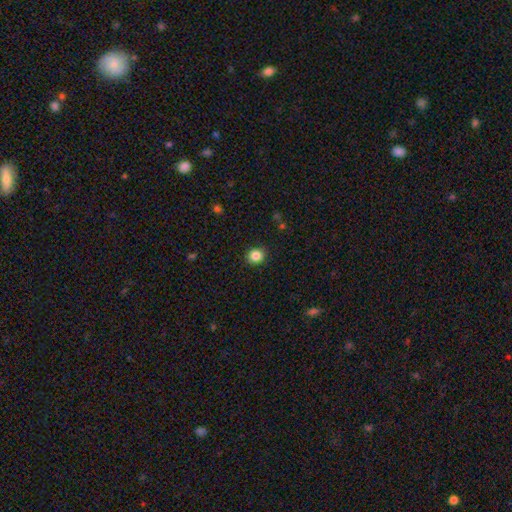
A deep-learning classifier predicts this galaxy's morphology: This is clearly a smooth galaxy (85%). How rounded: clearly round (85%). Merging: clearly none (91%).